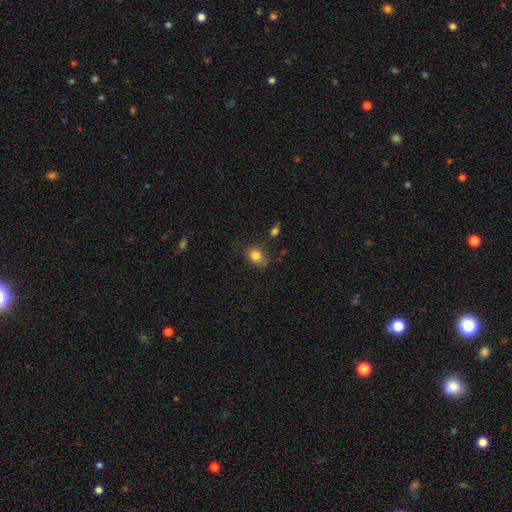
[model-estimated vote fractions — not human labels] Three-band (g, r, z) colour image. It shows a smooth galaxy with no disk features (83%) that is in between round and cigar-shaped (65%). Merging: none (68%).